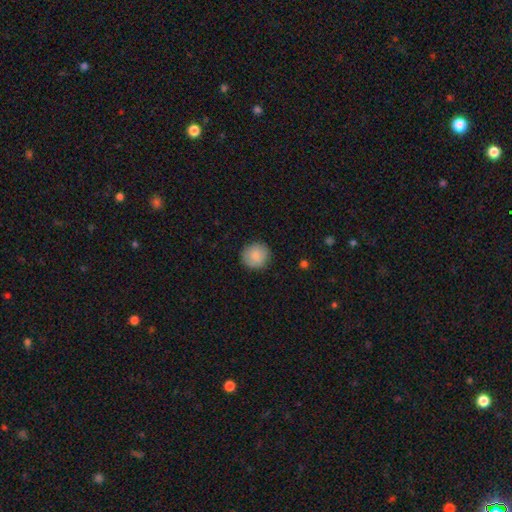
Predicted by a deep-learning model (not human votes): Smooth or featured? smooth (87%)
How rounded? round (91%)
Merging? none (89%)